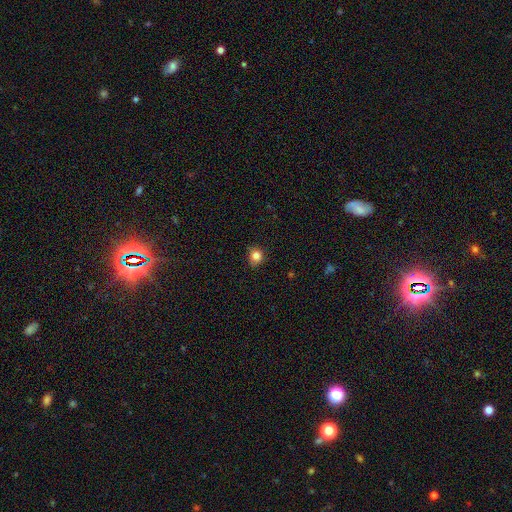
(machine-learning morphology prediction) smooth_or_featured: smooth (p=0.83) [alt: star or artifact p=0.12]
how_rounded: round (p=0.83) [alt: in between p=0.16]
merging: none (p=0.84) [alt: minor disturbance p=0.13]